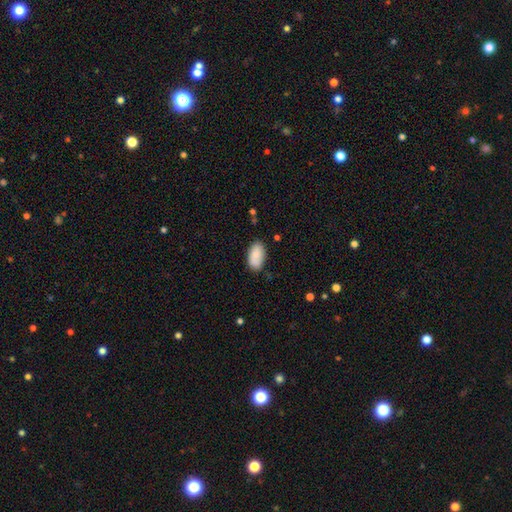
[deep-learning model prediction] The model was most divided on "merging": none: 76%, minor disturbance: 18%, major disturbance: 3%, merger: 3%. More confident: how rounded — in between (94%); smooth or featured — smooth (82%).